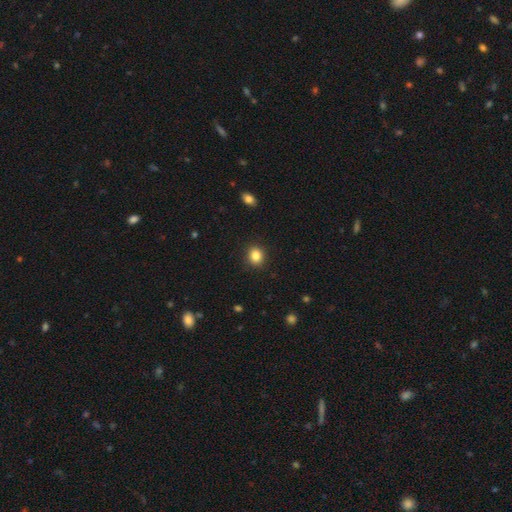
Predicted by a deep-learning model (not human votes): This is clearly a smooth galaxy (85%). How rounded: likely round (76%). Merging: clearly none (91%).